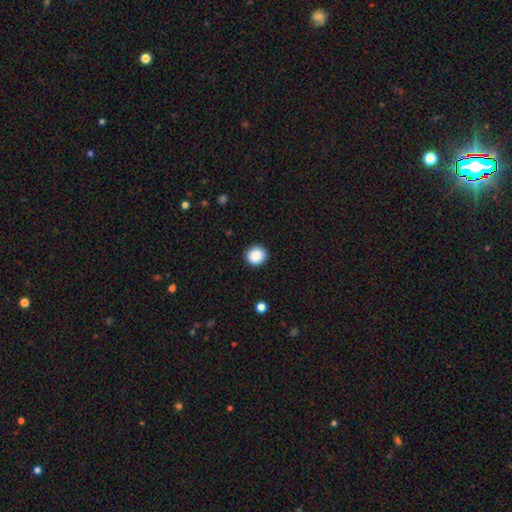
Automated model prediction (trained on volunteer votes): Overall: smooth (88%). How rounded: round (86%). Merging: none (91%).